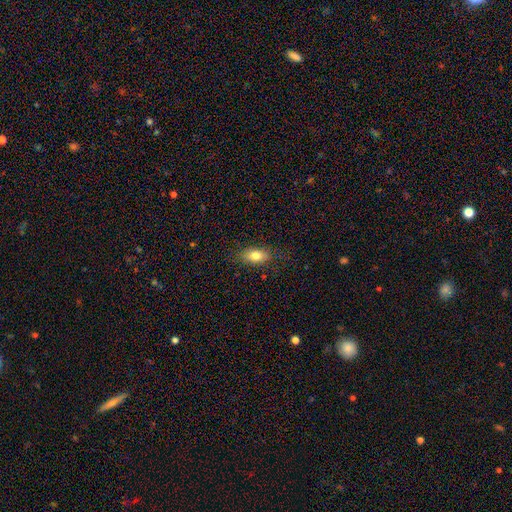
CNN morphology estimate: Smooth or featured: smooth — 80% (featured or disk — 12%)
How rounded: in between — 87% (round — 7%)
Merging: none — 82% (minor disturbance — 13%)